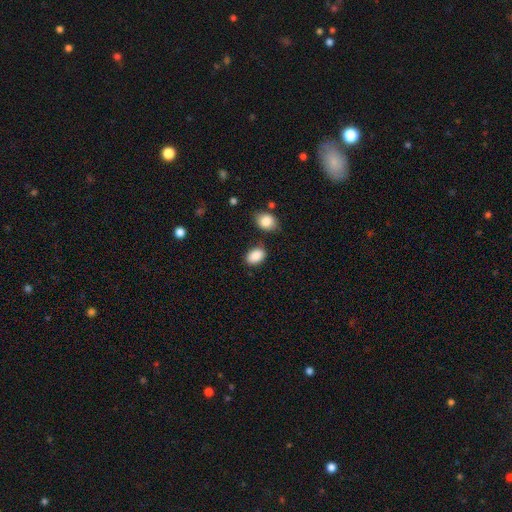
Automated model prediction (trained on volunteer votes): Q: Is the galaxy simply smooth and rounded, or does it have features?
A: smooth — 88%.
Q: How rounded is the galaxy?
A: in between — 81%.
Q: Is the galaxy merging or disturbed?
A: none — 78%.